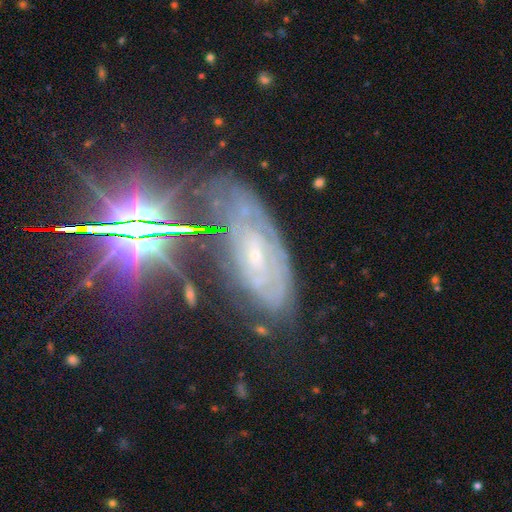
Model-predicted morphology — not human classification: This appears to be a featured or disk galaxy (66%) with no bar (46%), spiral arms (86%) and a small central bulge (77%). Merging: none (69%).